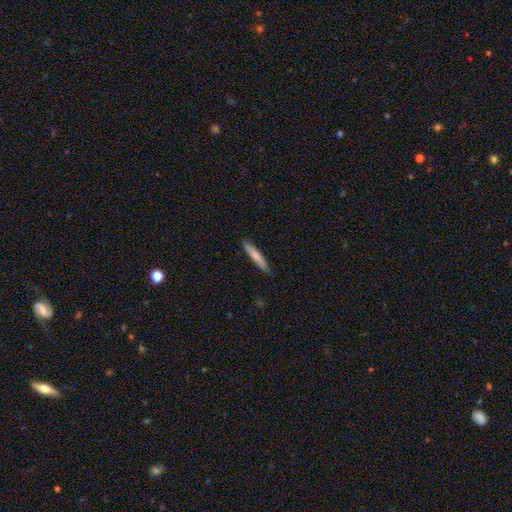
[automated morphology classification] The model was most divided on "smooth or featured": smooth: 77%, featured or disk: 17%, star or artifact: 6%. More confident: how rounded — cigar-shaped (92%); merging — none (88%).